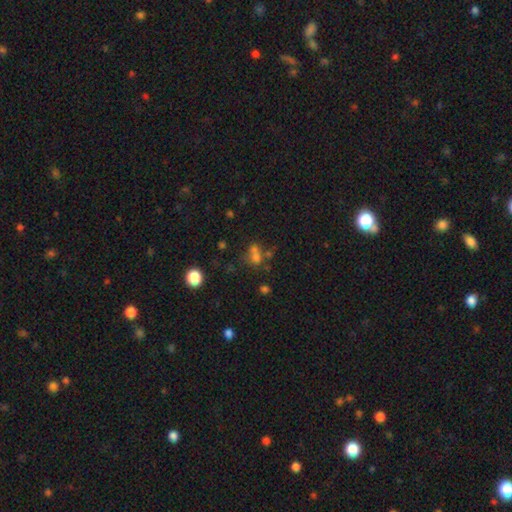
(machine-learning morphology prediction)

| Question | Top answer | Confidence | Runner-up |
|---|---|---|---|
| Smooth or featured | smooth | 54% | star or artifact (31%) |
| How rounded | round | 76% | in between (22%) |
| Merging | merger | 44% | none (43%) |